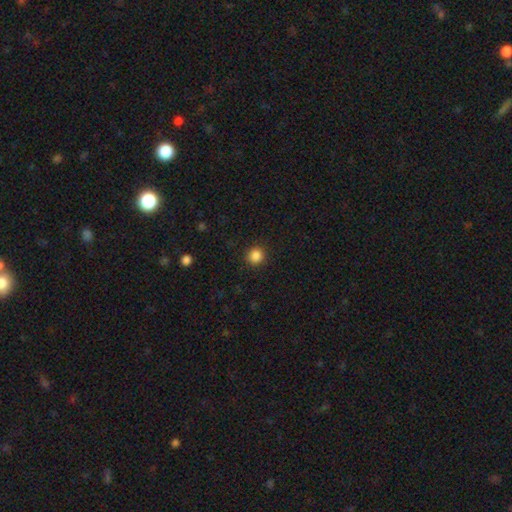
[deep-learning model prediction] Smooth or featured? smooth (86%)
How rounded? round (93%)
Merging? none (91%)